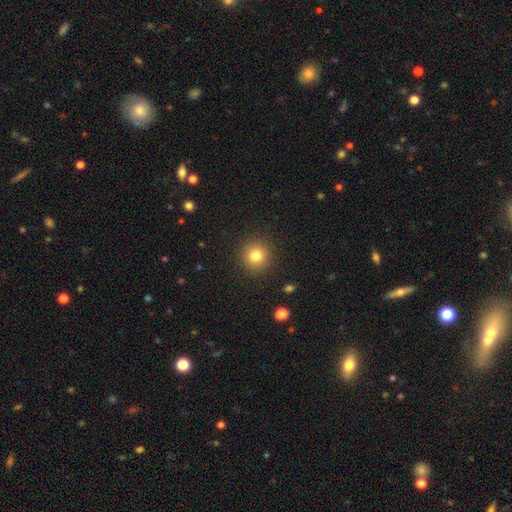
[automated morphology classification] smooth-or-featured: smooth: 81% | star or artifact: 12% | featured or disk: 7%
  how-rounded: round: 94% | in between: 6% | cigar-shaped: 1%
  merging: none: 91% | minor disturbance: 6% | major disturbance: 2% | merger: 1%